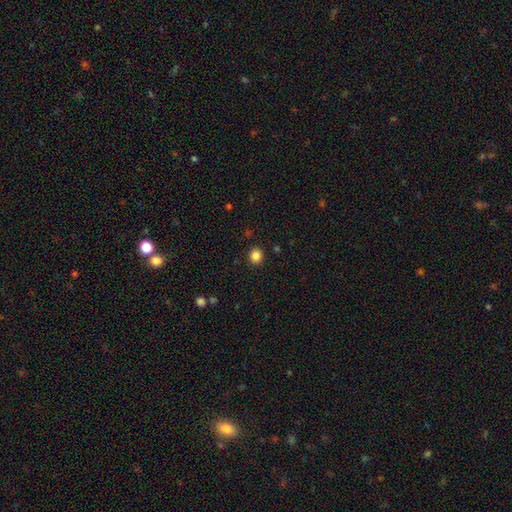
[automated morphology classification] This is clearly a smooth galaxy (86%). How rounded: clearly round (81%). Merging: clearly none (91%).